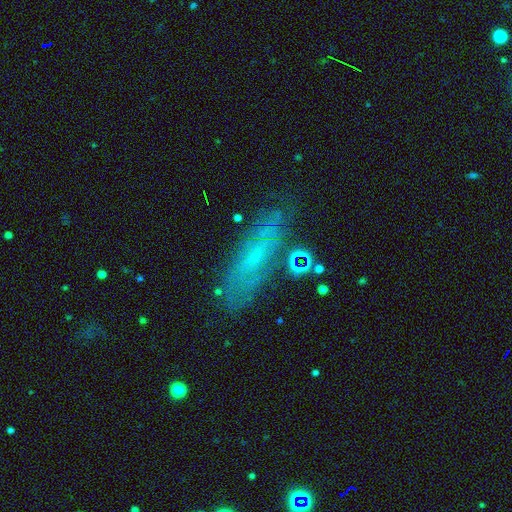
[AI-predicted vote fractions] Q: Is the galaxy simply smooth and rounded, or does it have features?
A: smooth — 43%, tied with featured or disk.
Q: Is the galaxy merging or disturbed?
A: none — 71%.